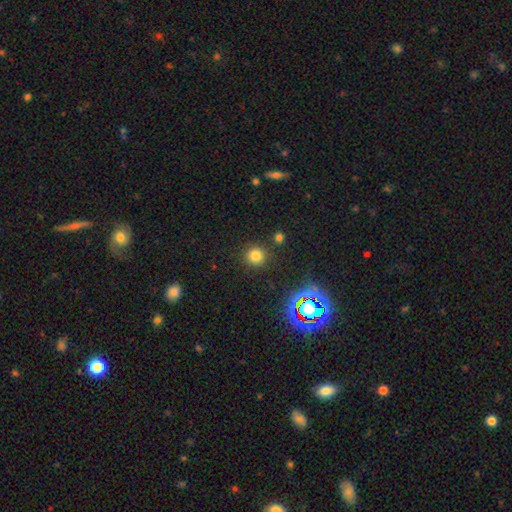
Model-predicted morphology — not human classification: The model was most divided on "smooth or featured": smooth: 75%, star or artifact: 19%, featured or disk: 6%. More confident: how rounded — round (93%); merging — none (88%).